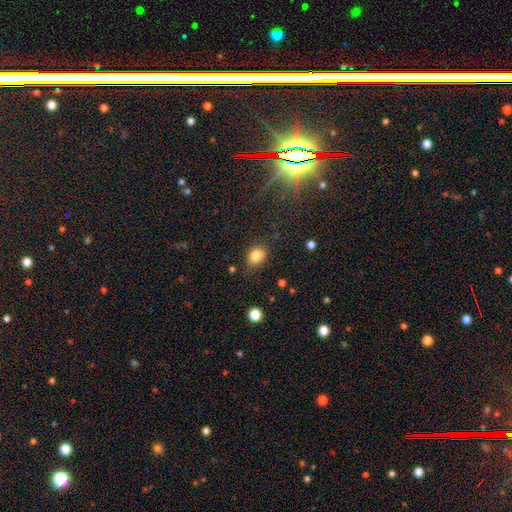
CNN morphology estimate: type=smooth (82%); roundness=in between (53%); merging=none (75%).